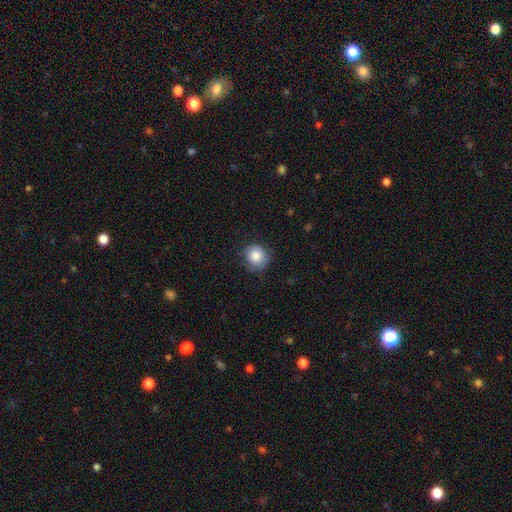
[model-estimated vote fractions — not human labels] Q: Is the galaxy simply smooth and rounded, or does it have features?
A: smooth — 84%.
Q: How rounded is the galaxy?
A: round — 88%.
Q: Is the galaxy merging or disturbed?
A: none — 77%.